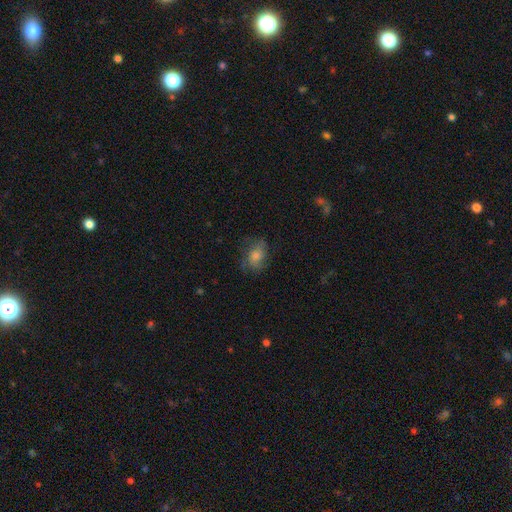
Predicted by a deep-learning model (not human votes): Smooth or featured: smooth — 49% (featured or disk — 37%)
Merging: none — 65% (minor disturbance — 21%)